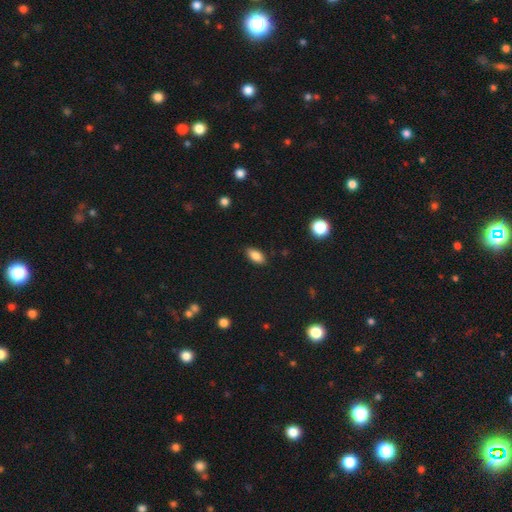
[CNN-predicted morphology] smooth 85%, star or artifact 8%, featured or disk 7%. Down the decision tree: how rounded — in between (90%); merging — none (87%).